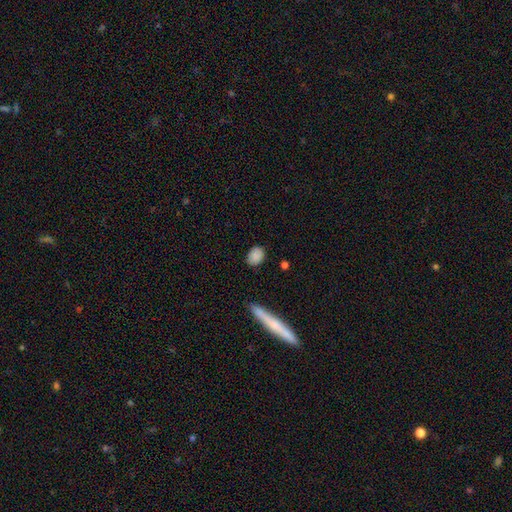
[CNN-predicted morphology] smooth-or-featured: smooth: 86% | star or artifact: 8% | featured or disk: 6%
  how-rounded: in between: 65% | round: 32% | cigar-shaped: 3%
  merging: none: 83% | minor disturbance: 13% | major disturbance: 3% | merger: 2%